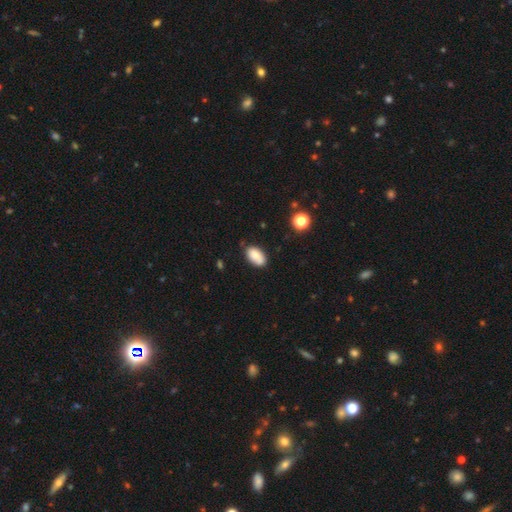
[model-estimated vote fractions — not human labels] A smooth galaxy with no disk features (81%) that is in between round and cigar-shaped (92%). Merging: none (71%).